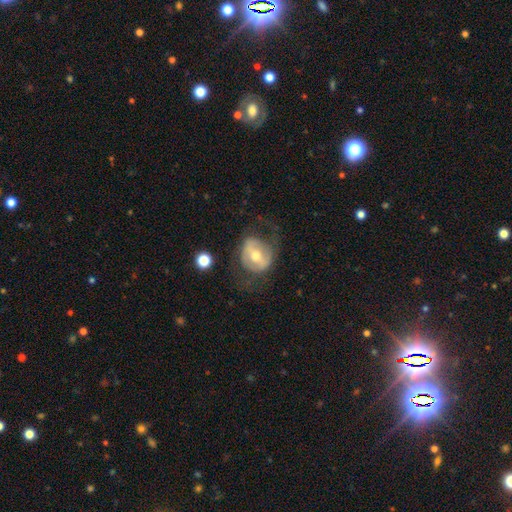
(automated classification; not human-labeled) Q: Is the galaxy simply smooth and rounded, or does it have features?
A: featured or disk — 60%.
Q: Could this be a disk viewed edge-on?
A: no — 95%.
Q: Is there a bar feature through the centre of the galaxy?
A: strong — 35%, tied with weak.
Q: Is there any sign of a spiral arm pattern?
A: no — 54%.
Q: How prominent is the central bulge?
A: moderate — 69%.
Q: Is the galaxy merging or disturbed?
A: none — 56%.